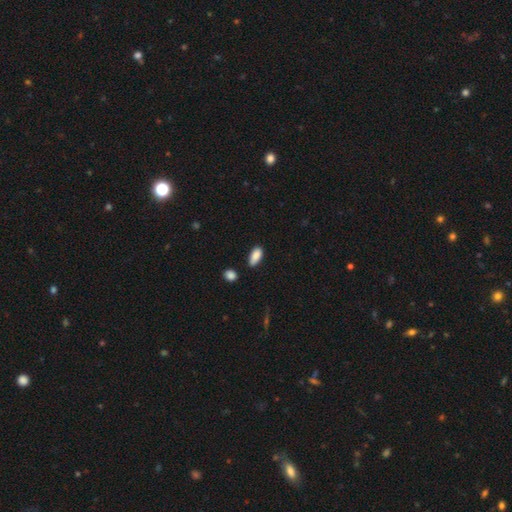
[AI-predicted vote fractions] Smooth or featured?
  - smooth: 88% *
  - star or artifact: 7%
  - featured or disk: 5%
How rounded?
  - in between: 86% *
  - cigar-shaped: 12%
  - round: 3%
Merging?
  - none: 73% *
  - minor disturbance: 20%
  - merger: 4%
  - major disturbance: 3%